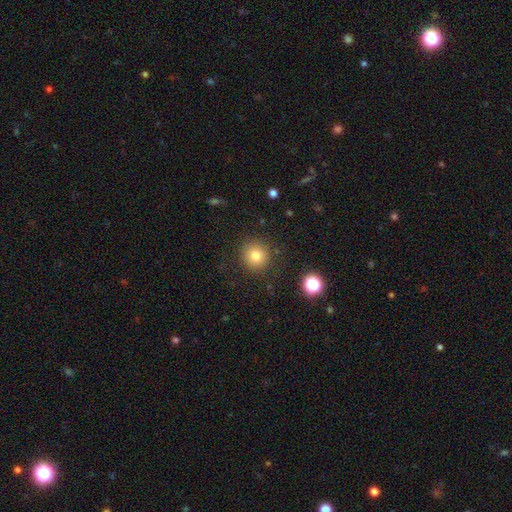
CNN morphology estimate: Smooth or featured? Predicted: smooth (p=0.79). How rounded? Predicted: round (p=0.92). Merging? Predicted: none (p=0.89).